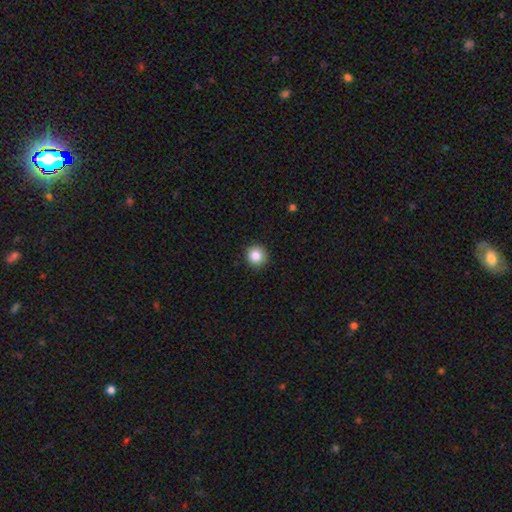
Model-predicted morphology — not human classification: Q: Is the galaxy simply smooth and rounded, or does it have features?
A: smooth — 85%.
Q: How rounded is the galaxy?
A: round — 94%.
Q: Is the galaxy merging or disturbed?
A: none — 91%.